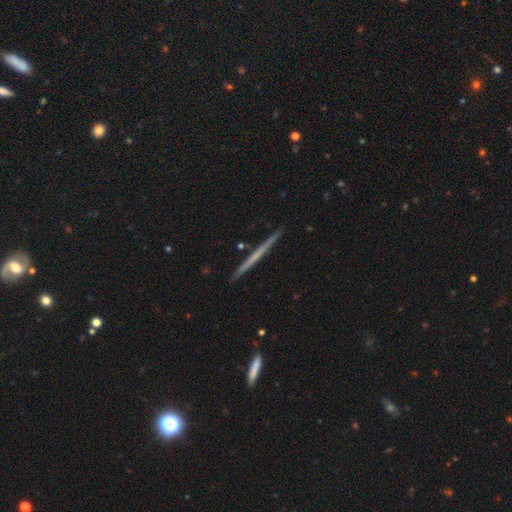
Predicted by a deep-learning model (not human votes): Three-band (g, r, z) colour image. It shows a featured or disk galaxy (55%) viewed edge-on (98%) with no central bulge (91%). Merging: none (92%).